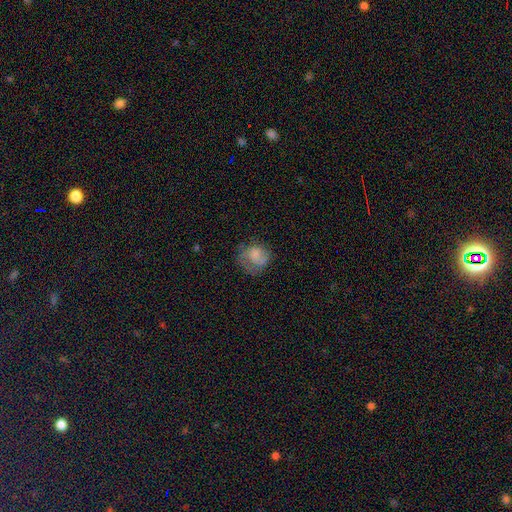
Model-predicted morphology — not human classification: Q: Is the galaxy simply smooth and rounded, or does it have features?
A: smooth — 69%.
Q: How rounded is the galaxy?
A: round — 69%.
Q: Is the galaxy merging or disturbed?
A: none — 45%.